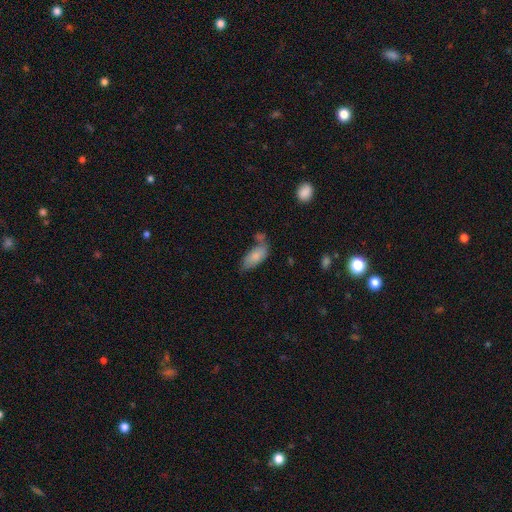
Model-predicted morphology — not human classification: Q: Smooth or featured?
A: smooth (79%); runner-up: featured or disk (15%)
Q: How rounded?
A: in between (87%); runner-up: cigar-shaped (11%)
Q: Merging?
A: none (44%); runner-up: minor disturbance (25%)